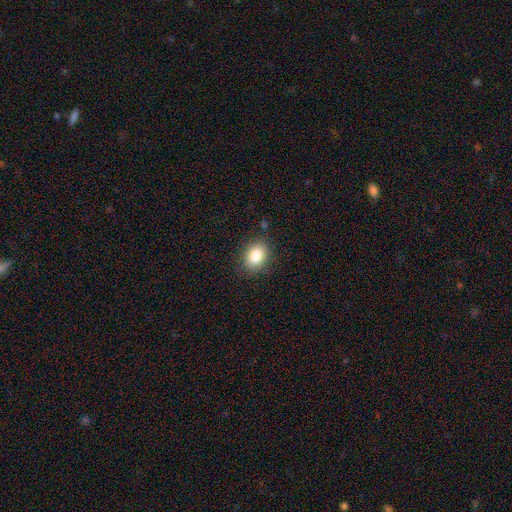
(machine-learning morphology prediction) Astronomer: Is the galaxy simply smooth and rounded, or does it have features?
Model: smooth — 84%.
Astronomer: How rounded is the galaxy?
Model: in between — 67%.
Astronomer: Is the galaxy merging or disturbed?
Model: none — 85%.